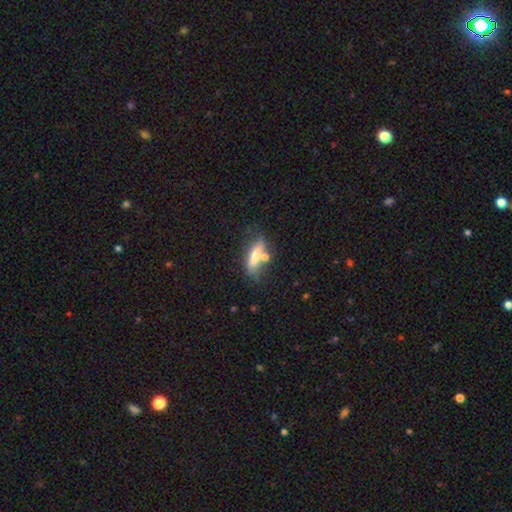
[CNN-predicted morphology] Smooth or featured?
  - smooth: 62% *
  - featured or disk: 31%
  - star or artifact: 8%
How rounded?
  - cigar-shaped: 52% *
  - in between: 44%
  - round: 4%
Merging?
  - none: 58% *
  - merger: 18%
  - minor disturbance: 18%
  - major disturbance: 6%